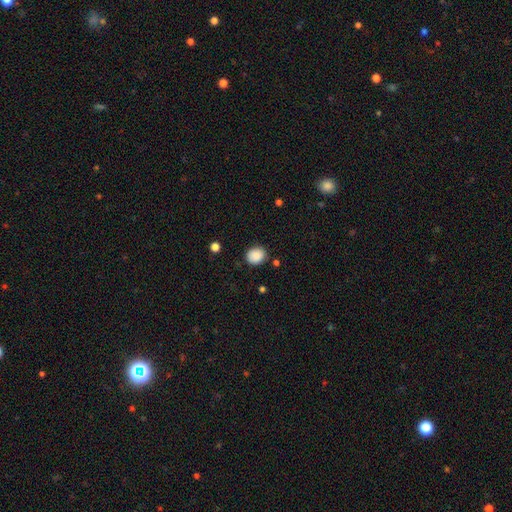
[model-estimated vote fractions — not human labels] This appears to be a smooth galaxy with no disk features (88%) that is round (74%). Merging: none (85%).